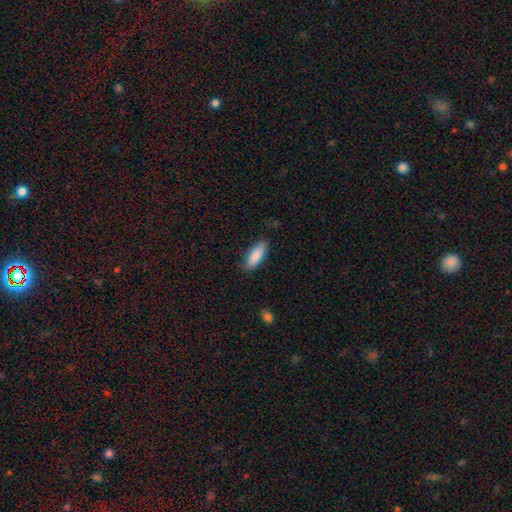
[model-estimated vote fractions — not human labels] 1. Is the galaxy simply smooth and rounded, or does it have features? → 86% smooth, 8% featured or disk, 6% star or artifact.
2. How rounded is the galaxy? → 62% in between, 37% cigar-shaped, 2% round.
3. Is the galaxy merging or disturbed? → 82% none, 14% minor disturbance, 3% major disturbance, 1% merger.